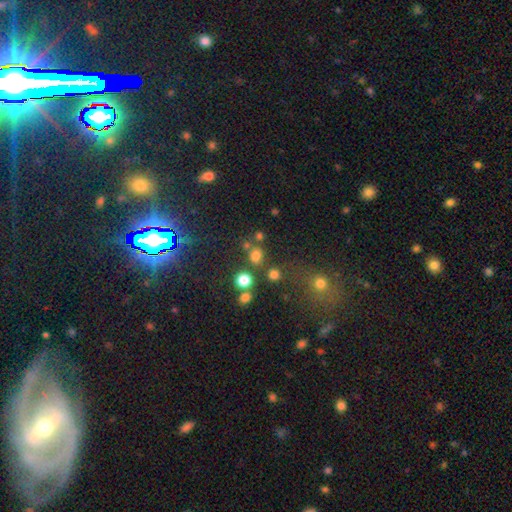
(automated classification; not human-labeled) This appears to be a smooth galaxy with no disk features (73%) that is round (80%). Merging: none (70%).